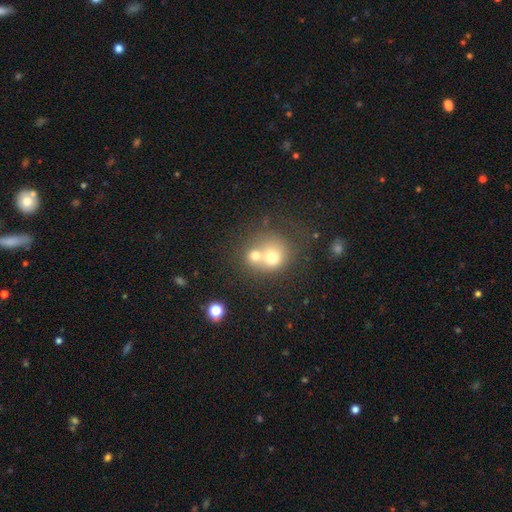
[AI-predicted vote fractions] A smooth galaxy with no disk features (66%) that is round (79%). Merging: merger (63%).